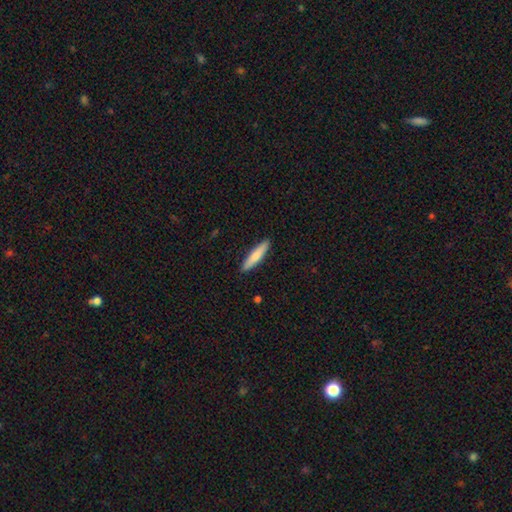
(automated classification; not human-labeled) Q: Smooth or featured?
A: smooth (72%); runner-up: featured or disk (23%)
Q: How rounded?
A: cigar-shaped (86%); runner-up: in between (12%)
Q: Merging?
A: none (91%); runner-up: minor disturbance (6%)